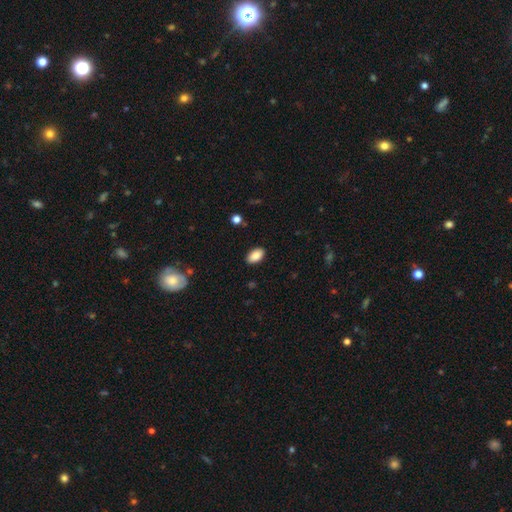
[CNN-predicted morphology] type=smooth (88%); roundness=in between (93%); merging=none (88%).